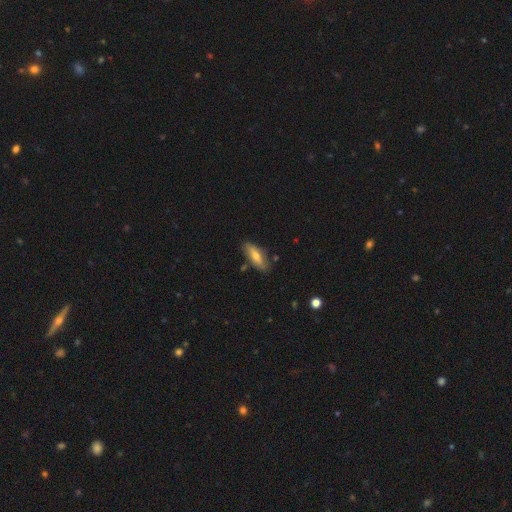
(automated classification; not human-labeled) Smooth or featured? smooth (60%)
How rounded? in between (58%)
Merging? none (80%)